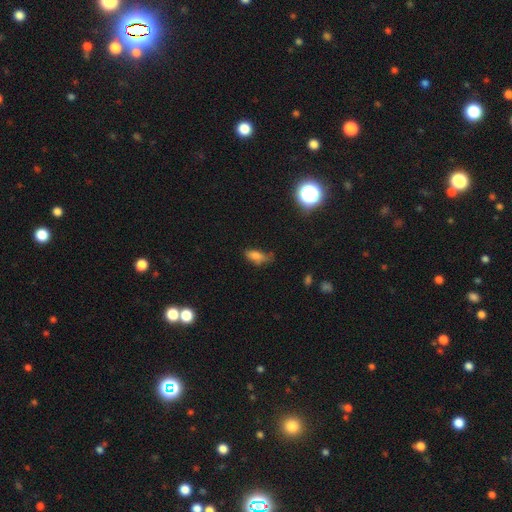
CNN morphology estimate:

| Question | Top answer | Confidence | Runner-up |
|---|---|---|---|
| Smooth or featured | smooth | 75% | star or artifact (13%) |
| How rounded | in between | 82% | cigar-shaped (14%) |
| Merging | none | 44% | minor disturbance (37%) |